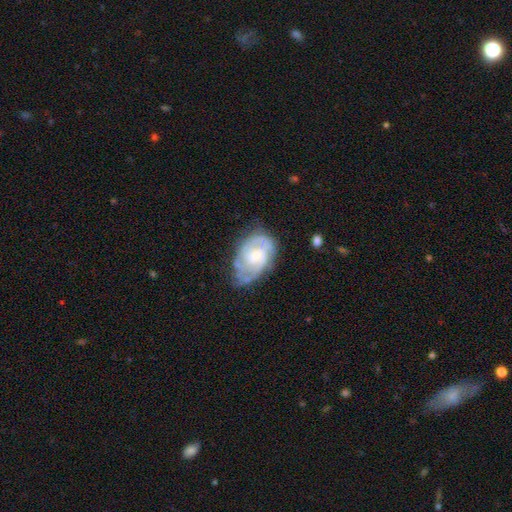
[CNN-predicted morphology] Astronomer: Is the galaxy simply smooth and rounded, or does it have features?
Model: featured or disk — 82%.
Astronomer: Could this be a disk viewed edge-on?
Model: no — 97%.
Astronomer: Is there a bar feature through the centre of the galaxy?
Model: no — 56% (runner-up: weak, 38%).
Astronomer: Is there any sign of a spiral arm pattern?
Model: yes — 93%.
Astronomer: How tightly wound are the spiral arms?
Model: tight — 56% (runner-up: medium, 36%).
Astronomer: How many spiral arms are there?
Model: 2 — 50%.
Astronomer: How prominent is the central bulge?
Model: small — 54% (runner-up: moderate, 38%).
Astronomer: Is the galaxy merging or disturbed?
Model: none — 58%.